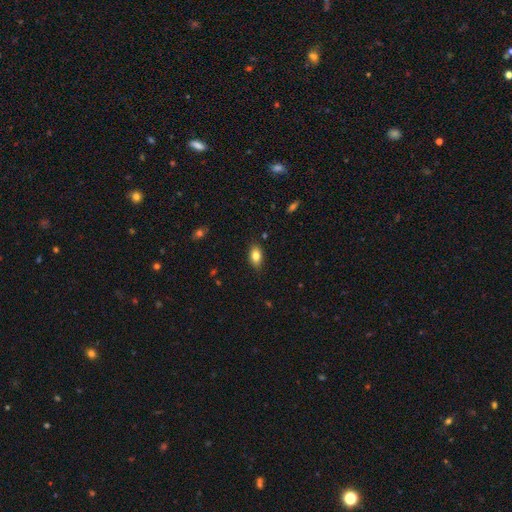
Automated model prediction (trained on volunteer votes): Overall: smooth (83%). How rounded: in between (88%). Merging: none (85%).